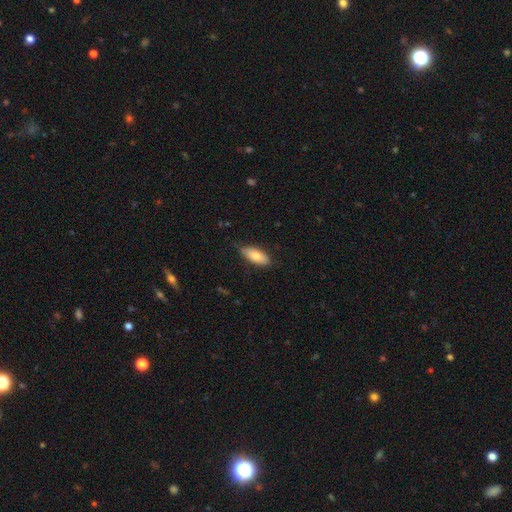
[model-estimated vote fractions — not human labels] smooth-or-featured: smooth: 79% | featured or disk: 15% | star or artifact: 6%
  how-rounded: in between: 81% | cigar-shaped: 17% | round: 2%
  merging: none: 78% | minor disturbance: 18% | major disturbance: 3% | merger: 1%